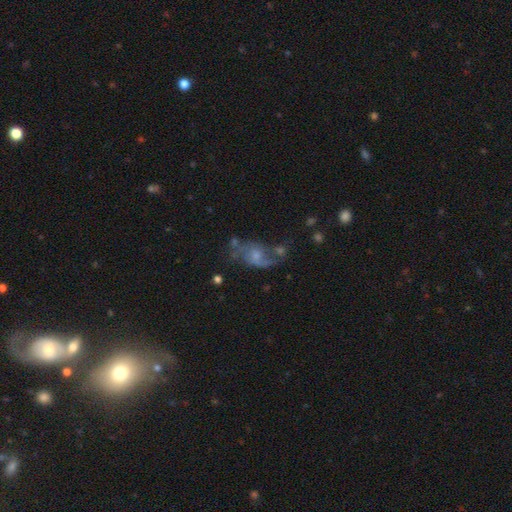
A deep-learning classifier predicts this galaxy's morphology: A featured or disk galaxy (63%) with no bar (68%), spiral arms (77%) and a small central bulge (49%). Merging: none (38%).